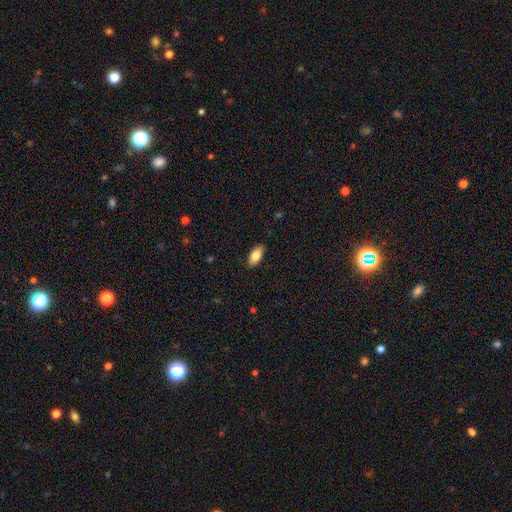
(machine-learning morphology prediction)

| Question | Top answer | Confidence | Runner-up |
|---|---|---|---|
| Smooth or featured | smooth | 79% | featured or disk (15%) |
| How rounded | in between | 87% | cigar-shaped (10%) |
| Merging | none | 88% | minor disturbance (9%) |